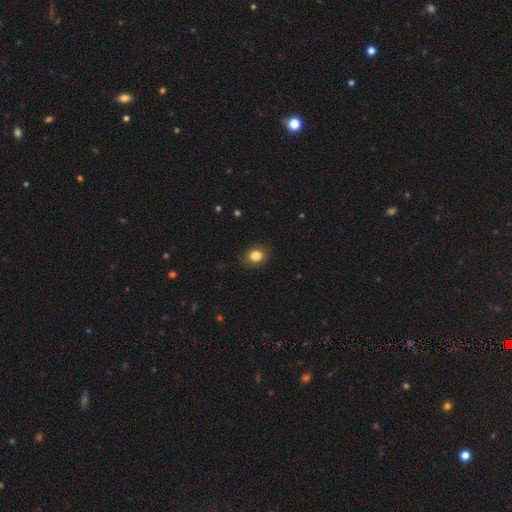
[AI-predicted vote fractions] The model was most divided on "how rounded": round: 51%, in between: 48%, cigar-shaped: 1%. More confident: merging — none (87%); smooth or featured — smooth (83%).